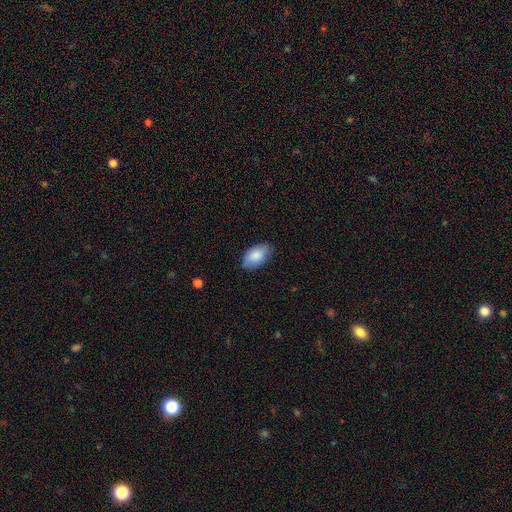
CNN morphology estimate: The model was most divided on "merging": none: 80%, minor disturbance: 16%, major disturbance: 3%, merger: 1%. More confident: how rounded — in between (95%); smooth or featured — smooth (86%).